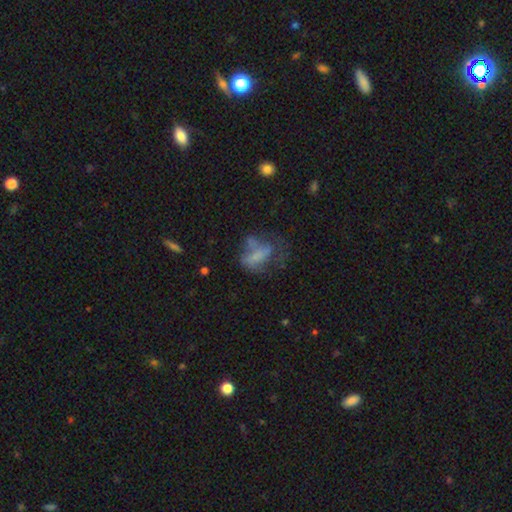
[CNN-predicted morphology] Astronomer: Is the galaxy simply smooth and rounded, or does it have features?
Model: smooth — 48% (runner-up: featured or disk, 38%).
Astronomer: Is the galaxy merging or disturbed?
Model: major disturbance — 43% (runner-up: none, 26%).